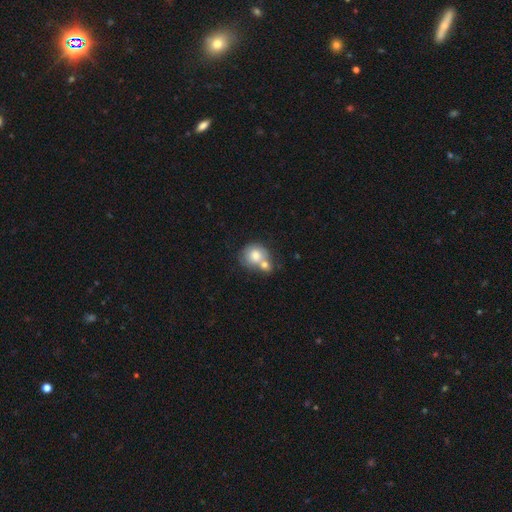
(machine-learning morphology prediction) Overall: smooth (72%). How rounded: round (75%). Merging: merger (56%; none 28%).